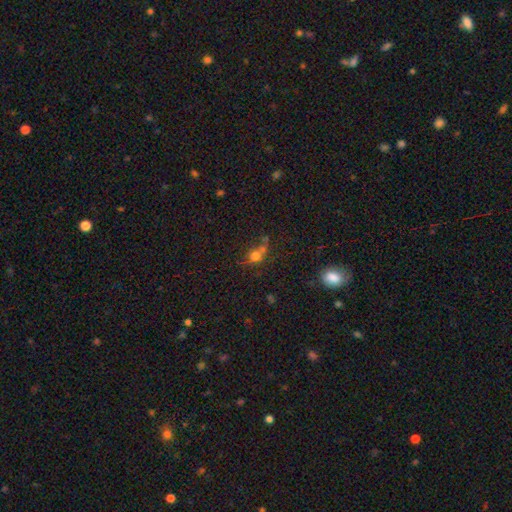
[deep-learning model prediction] smooth-or-featured: smooth: 64% | star or artifact: 22% | featured or disk: 14%
  how-rounded: round: 70% | in between: 27% | cigar-shaped: 3%
  merging: none: 43% | merger: 32% | minor disturbance: 15% | major disturbance: 10%